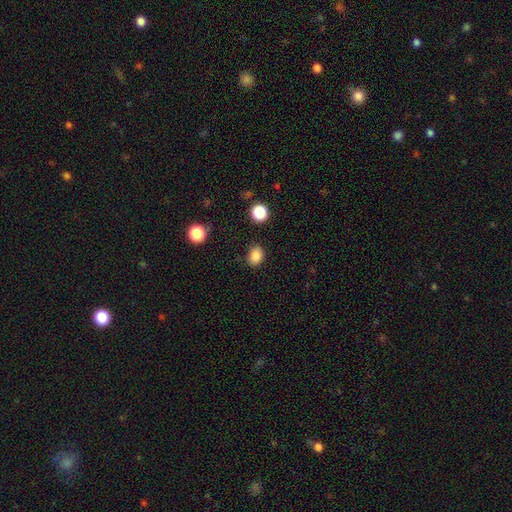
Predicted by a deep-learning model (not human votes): This is clearly a smooth galaxy (85%). How rounded: likely in between (61%). Merging: clearly none (85%).